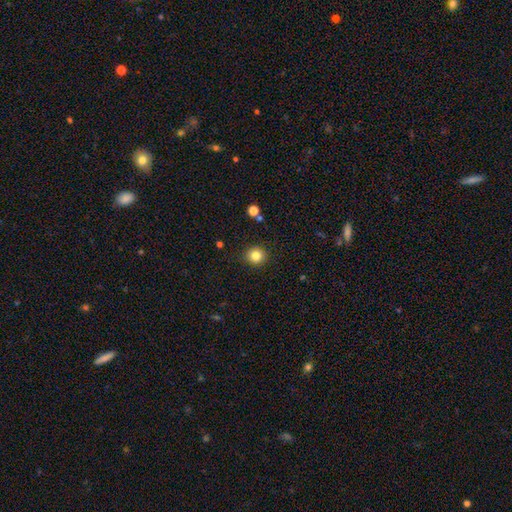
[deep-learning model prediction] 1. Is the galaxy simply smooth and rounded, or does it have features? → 83% smooth, 12% star or artifact, 6% featured or disk.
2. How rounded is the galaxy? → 91% round, 8% in between, 1% cigar-shaped.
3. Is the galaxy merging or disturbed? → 91% none, 6% minor disturbance, 2% major disturbance, 1% merger.